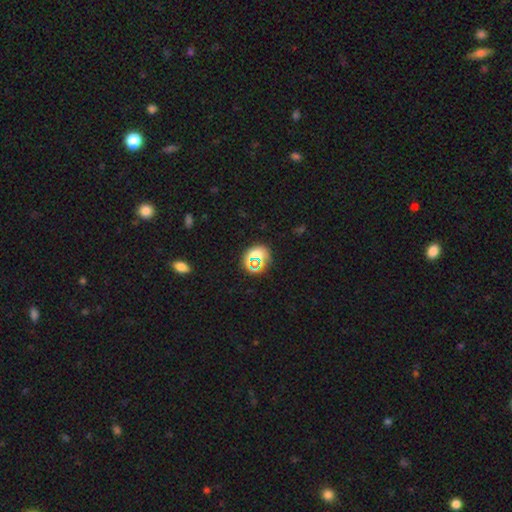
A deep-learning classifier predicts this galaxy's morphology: Smooth or featured? Predicted: star or artifact (p=0.46).